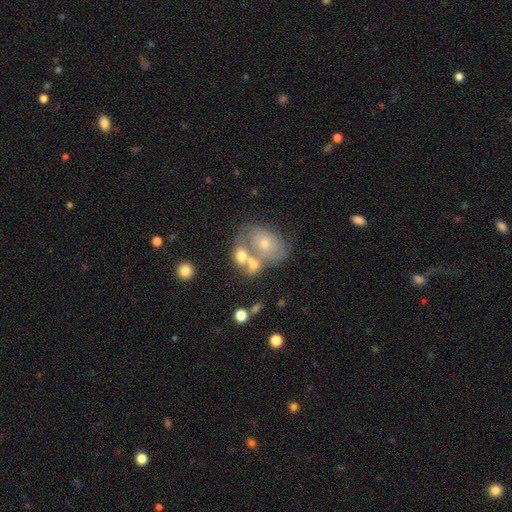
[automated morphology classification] A smooth galaxy with no disk features (43%). Merging: merger (42%).